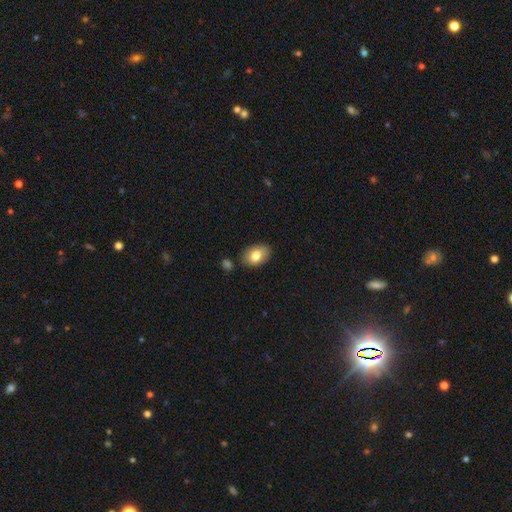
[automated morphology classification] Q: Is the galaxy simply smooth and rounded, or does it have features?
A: smooth — 79%.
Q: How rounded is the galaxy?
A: in between — 85%.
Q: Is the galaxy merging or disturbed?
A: none — 83%.